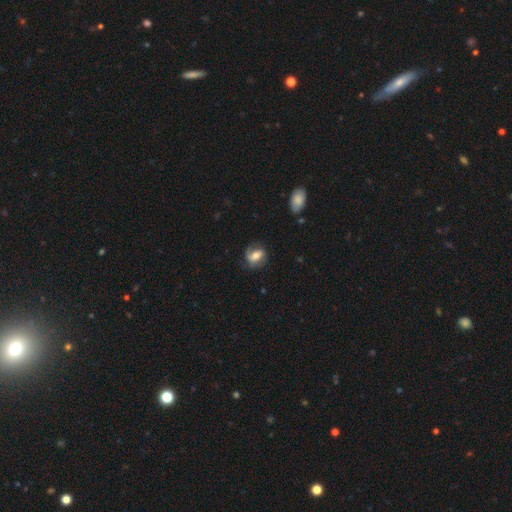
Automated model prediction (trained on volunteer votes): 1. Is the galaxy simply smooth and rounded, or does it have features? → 48% featured or disk, 45% smooth, 8% star or artifact.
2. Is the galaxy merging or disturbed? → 65% none, 22% minor disturbance, 11% major disturbance, 1% merger.